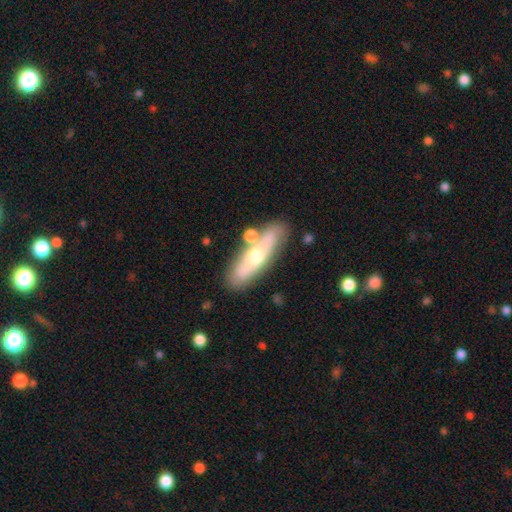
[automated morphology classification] The model was most divided on "smooth or featured": featured or disk: 47%, smooth: 46%, star or artifact: 7%. More confident: merging — none (72%).